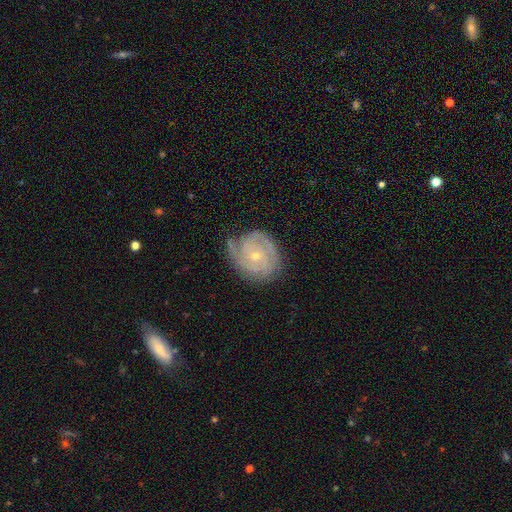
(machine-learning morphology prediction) Smooth or featured? featured or disk (85%)
Edge-on disk? no (97%)
Bar? no (73%)
Spiral arms? yes (96%)
Spiral winding? tight (72%)
Spiral arm count? 2 (36%)
Bulge size? small (68%)
Merging? none (71%)